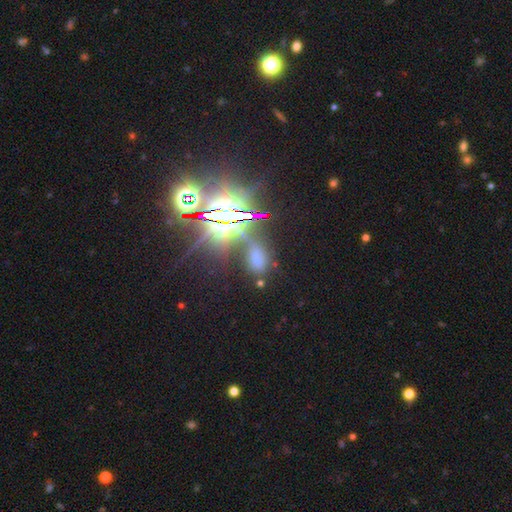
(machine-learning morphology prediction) Smooth or featured: star or artifact — 64% (smooth — 23%)